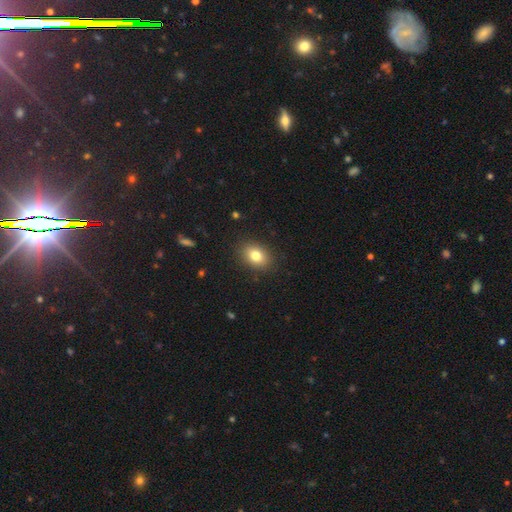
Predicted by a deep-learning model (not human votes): smooth 80%, star or artifact 10%, featured or disk 10%. Down the decision tree: how rounded — in between (68%); merging — none (88%).